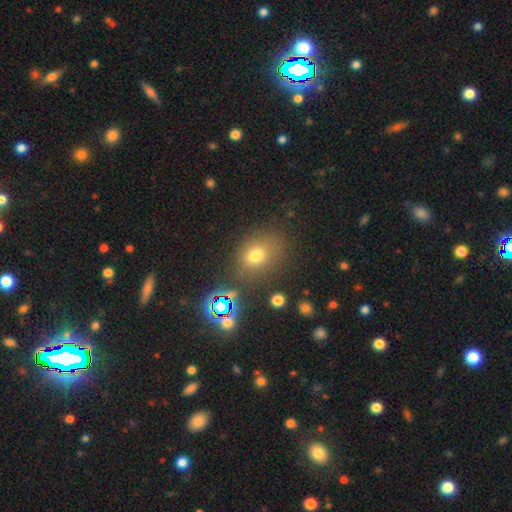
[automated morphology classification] A smooth galaxy with no disk features (69%) that is round (56%).

Vote fractions:
- Smooth or featured? smooth: 69% / star or artifact: 21% / featured or disk: 10%
- How rounded? round: 56% / in between: 43% / cigar-shaped: 1%
- Merging? none: 75% / minor disturbance: 14% / major disturbance: 6% / merger: 6%